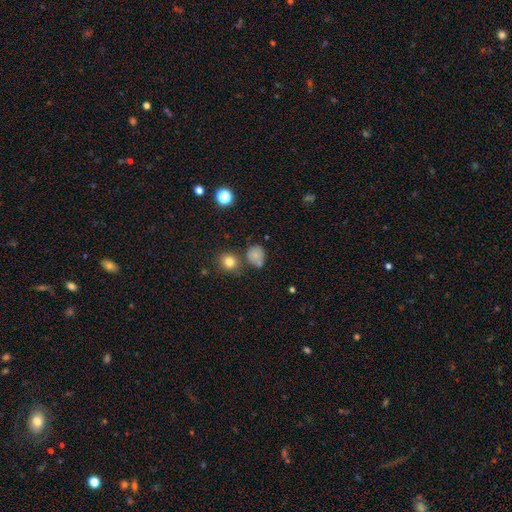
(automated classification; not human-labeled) Smooth or featured? Predicted: smooth (p=0.76). How rounded? Predicted: round (p=0.77). Merging? Predicted: none (p=0.63).